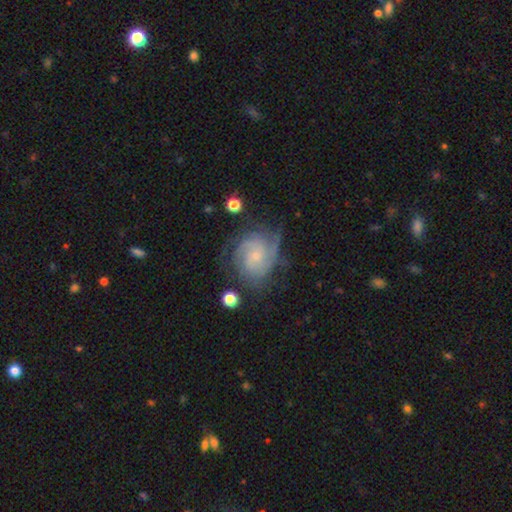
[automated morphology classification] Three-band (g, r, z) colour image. It shows a featured or disk galaxy (82%) with no bar (72%), 3 (28%) tight (55%) spiral arms (95%) and a small central bulge (78%). Merging: none (62%).